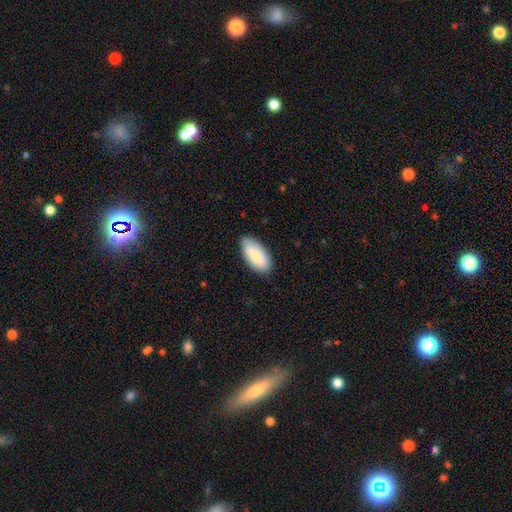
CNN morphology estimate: Smooth or featured?
  - smooth: 81% *
  - featured or disk: 13%
  - star or artifact: 6%
How rounded?
  - in between: 91% *
  - cigar-shaped: 7%
  - round: 2%
Merging?
  - none: 83% *
  - minor disturbance: 14%
  - major disturbance: 2%
  - merger: 1%